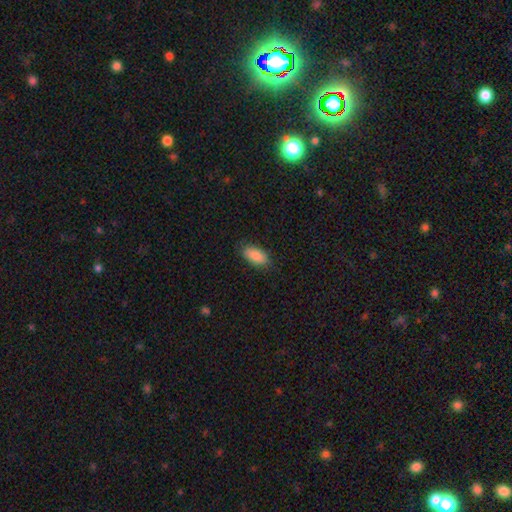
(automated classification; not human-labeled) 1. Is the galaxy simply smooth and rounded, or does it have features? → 89% smooth, 7% star or artifact, 5% featured or disk.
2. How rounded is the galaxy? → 90% in between, 7% cigar-shaped, 3% round.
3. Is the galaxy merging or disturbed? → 84% none, 12% minor disturbance, 3% major disturbance, 1% merger.